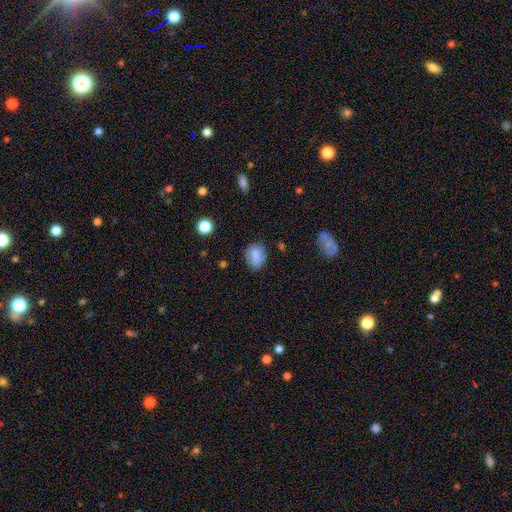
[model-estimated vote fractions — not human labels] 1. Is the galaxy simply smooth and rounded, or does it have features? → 78% smooth, 13% featured or disk, 10% star or artifact.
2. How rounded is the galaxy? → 61% in between, 37% round, 2% cigar-shaped.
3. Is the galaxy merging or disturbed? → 70% none, 21% minor disturbance, 6% major disturbance, 3% merger.